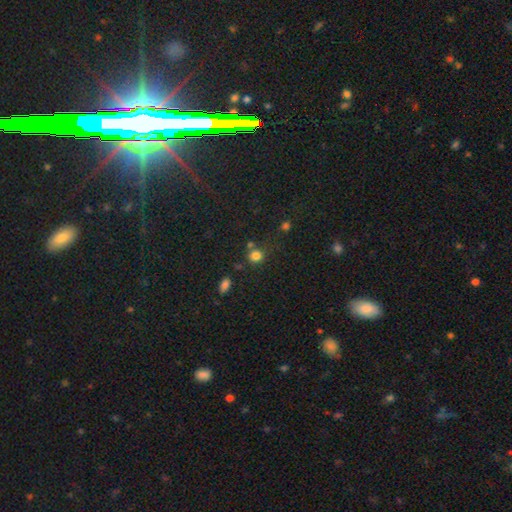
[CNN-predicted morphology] Smooth or featured?
  - smooth: 79% *
  - star or artifact: 15%
  - featured or disk: 6%
How rounded?
  - round: 83% *
  - in between: 16%
  - cigar-shaped: 1%
Merging?
  - none: 70% *
  - merger: 13%
  - minor disturbance: 12%
  - major disturbance: 5%